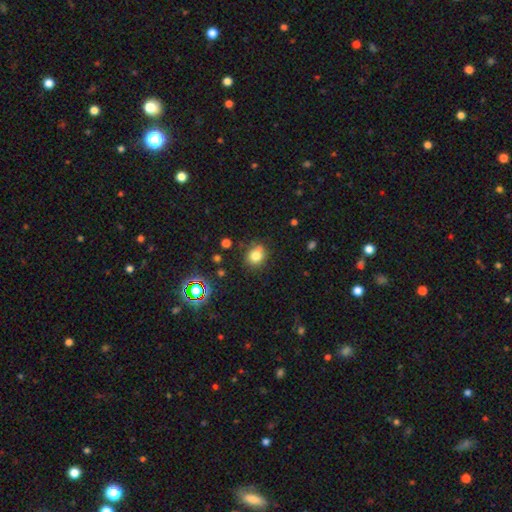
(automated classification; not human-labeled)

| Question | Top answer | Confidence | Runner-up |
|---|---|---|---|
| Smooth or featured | smooth | 77% | star or artifact (15%) |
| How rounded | round | 74% | in between (25%) |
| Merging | none | 72% | minor disturbance (17%) |